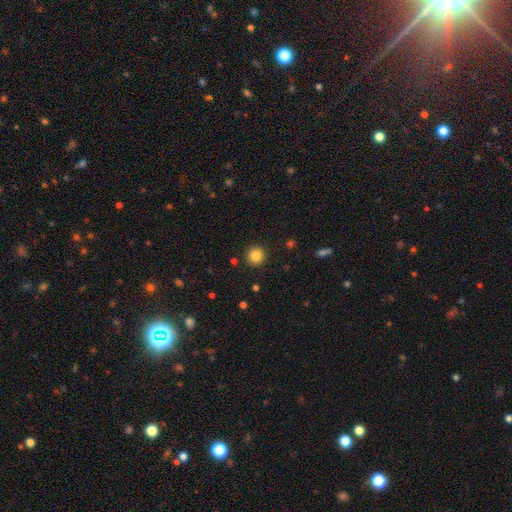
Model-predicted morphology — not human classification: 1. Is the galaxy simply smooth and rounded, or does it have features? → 84% smooth, 11% star or artifact, 5% featured or disk.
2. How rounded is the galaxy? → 93% round, 6% in between, 1% cigar-shaped.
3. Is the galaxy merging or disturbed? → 92% none, 5% minor disturbance, 2% major disturbance, 1% merger.